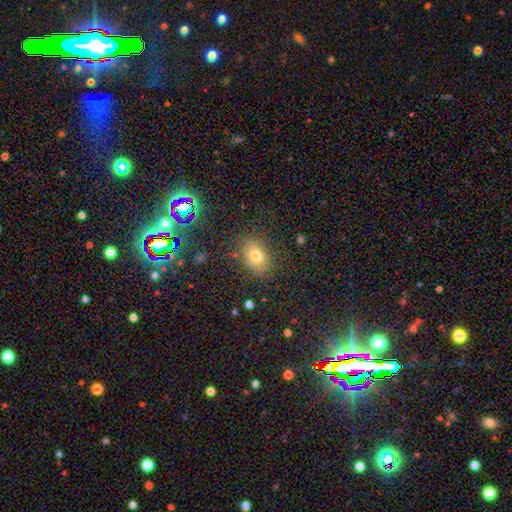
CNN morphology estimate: The model was most divided on "how rounded": in between: 70%, round: 29%, cigar-shaped: 1%. More confident: merging — none (80%); smooth or featured — smooth (71%).